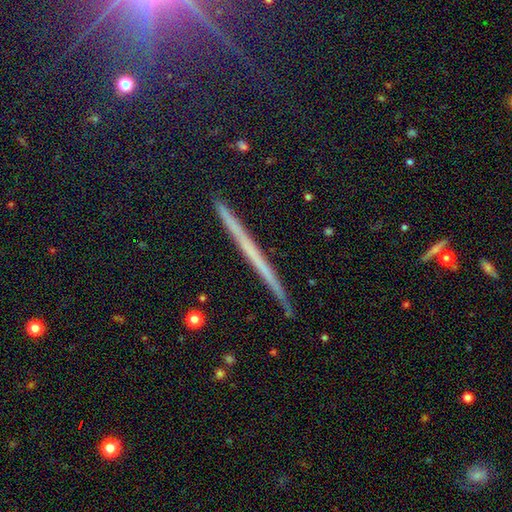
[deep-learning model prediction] A featured or disk galaxy (56%) viewed edge-on (97%) with no central bulge (86%).

Vote fractions:
- Smooth or featured? featured or disk: 56% / smooth: 28% / star or artifact: 16%
- Edge-on disk? yes: 97% / no: 3%
- Edge-on bulge? none: 86% / rounded: 10% / boxy: 4%
- Merging? none: 90% / minor disturbance: 8% / major disturbance: 1% / merger: 1%